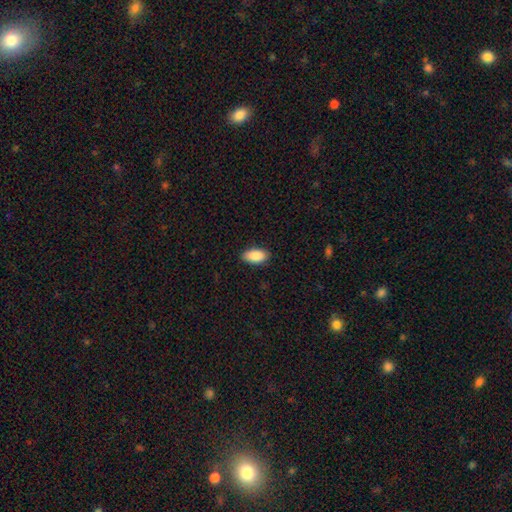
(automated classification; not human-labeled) Smooth or featured?
  - smooth: 89% *
  - star or artifact: 6%
  - featured or disk: 5%
How rounded?
  - in between: 93% *
  - cigar-shaped: 4%
  - round: 3%
Merging?
  - none: 87% *
  - minor disturbance: 10%
  - major disturbance: 2%
  - merger: 1%